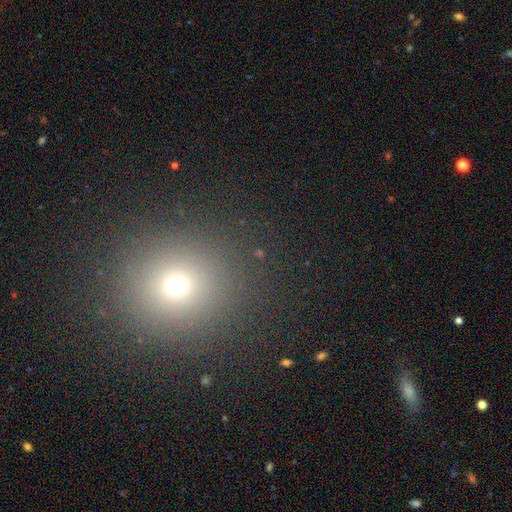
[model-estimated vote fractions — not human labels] A smooth galaxy with no disk features (64%) that is round (86%). Merging: none (90%).